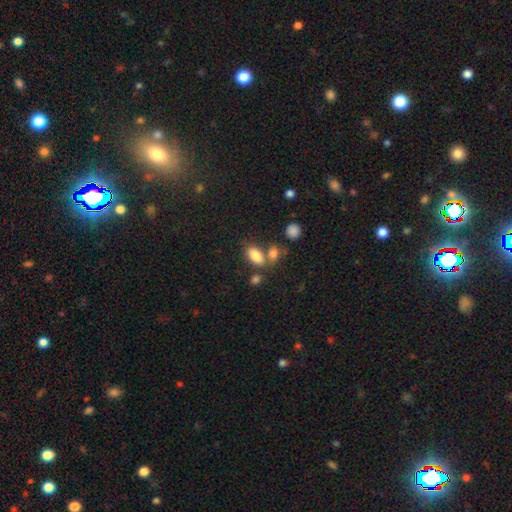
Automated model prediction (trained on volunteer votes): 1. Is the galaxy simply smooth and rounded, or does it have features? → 83% smooth, 9% star or artifact, 8% featured or disk.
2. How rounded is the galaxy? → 89% in between, 7% round, 4% cigar-shaped.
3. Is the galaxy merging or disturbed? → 58% none, 25% merger, 12% minor disturbance, 4% major disturbance.